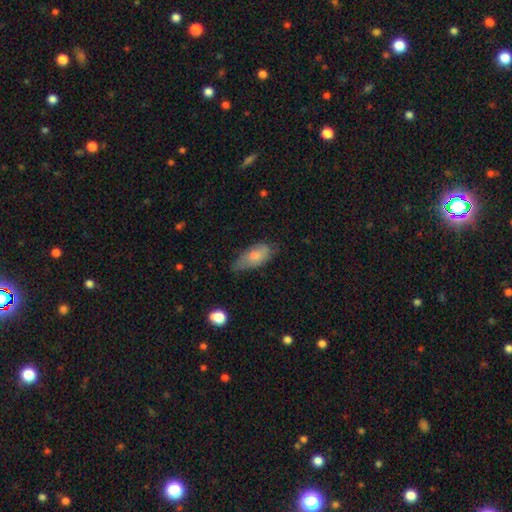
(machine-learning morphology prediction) smooth 76%, featured or disk 17%, star or artifact 7%. Down the decision tree: how rounded — in between (88%); merging — none (51%).